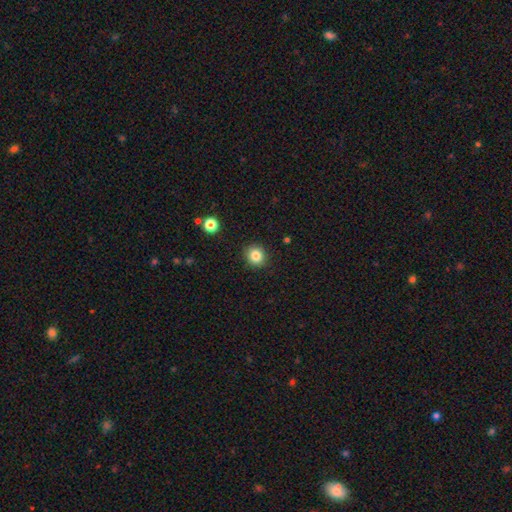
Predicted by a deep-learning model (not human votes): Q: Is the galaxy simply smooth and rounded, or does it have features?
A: smooth — 84%.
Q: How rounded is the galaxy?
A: round — 86%.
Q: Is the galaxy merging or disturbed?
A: none — 90%.